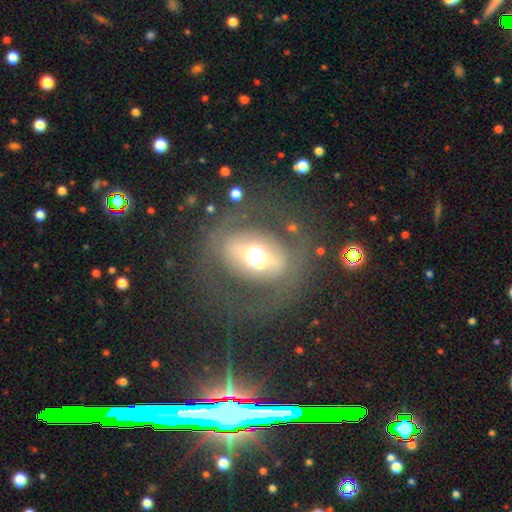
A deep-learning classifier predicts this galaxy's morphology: type=featured or disk (50%); merging=none (68%).